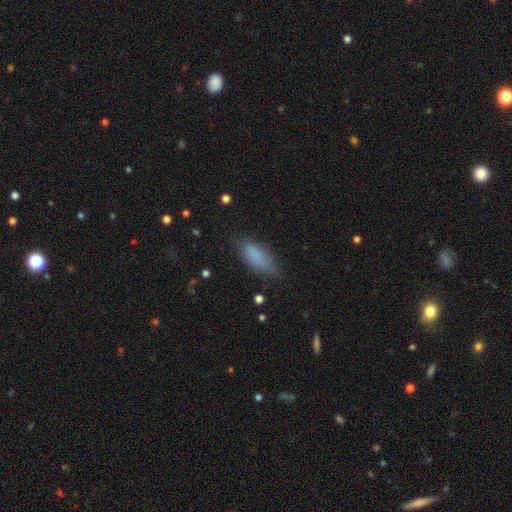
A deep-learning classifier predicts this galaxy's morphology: Smooth or featured: smooth — 83% (featured or disk — 9%)
How rounded: in between — 75% (cigar-shaped — 22%)
Merging: none — 69% (minor disturbance — 22%)